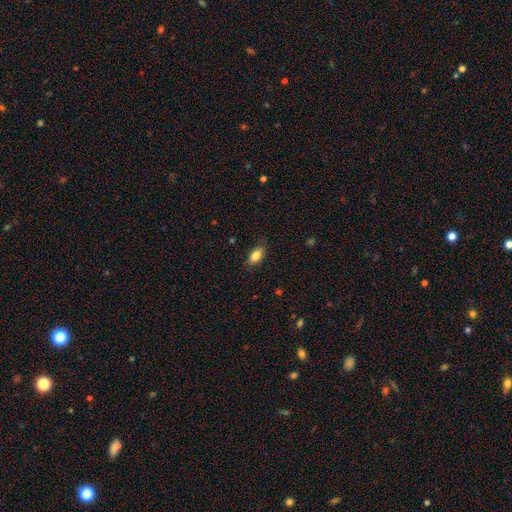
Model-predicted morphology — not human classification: Overall: smooth (83%). How rounded: in between (87%). Merging: none (82%).